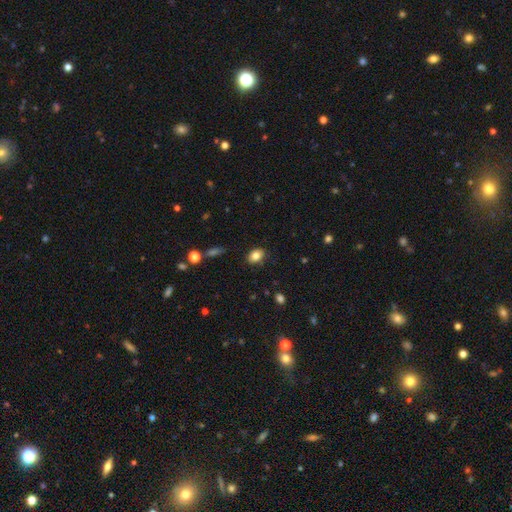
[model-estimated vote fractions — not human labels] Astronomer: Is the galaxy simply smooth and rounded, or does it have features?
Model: smooth — 82%.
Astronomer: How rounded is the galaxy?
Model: in between — 76%.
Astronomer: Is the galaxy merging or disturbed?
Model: none — 85%.